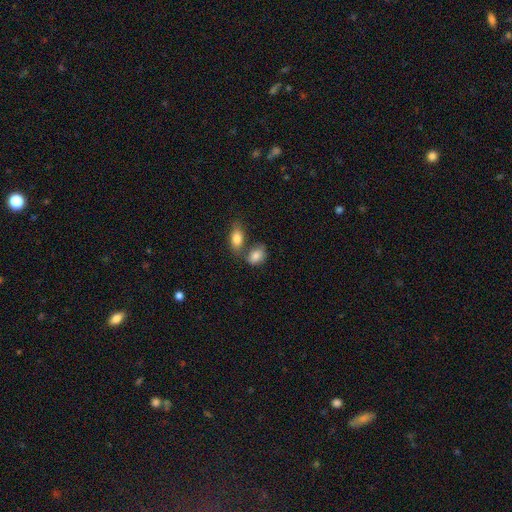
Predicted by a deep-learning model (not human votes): smooth-or-featured: smooth: 82% | featured or disk: 10% | star or artifact: 8%
  how-rounded: in between: 79% | round: 19% | cigar-shaped: 2%
  merging: none: 44% | merger: 38% | minor disturbance: 14% | major disturbance: 4%